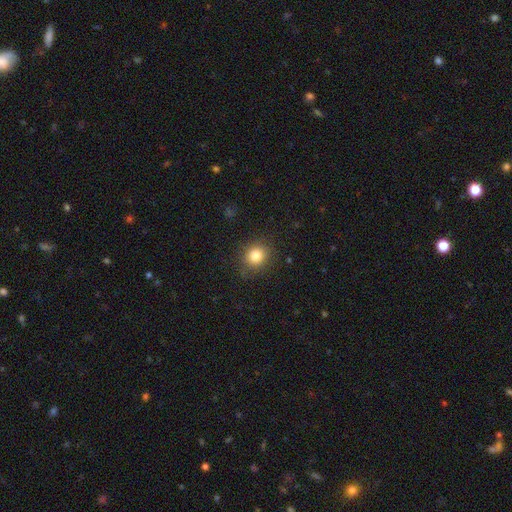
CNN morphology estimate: Q: Smooth or featured?
A: smooth (82%); runner-up: star or artifact (11%)
Q: How rounded?
A: round (78%); runner-up: in between (21%)
Q: Merging?
A: none (85%); runner-up: minor disturbance (11%)